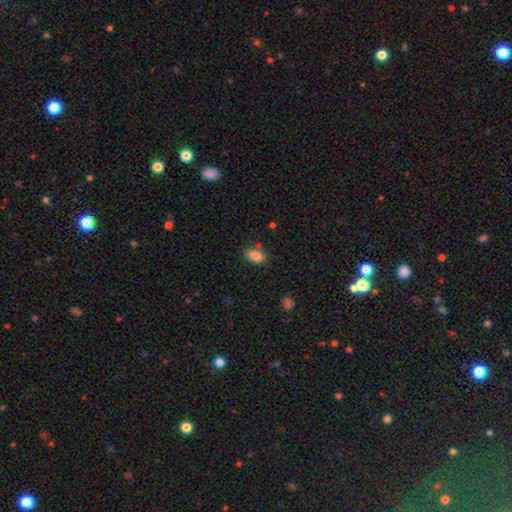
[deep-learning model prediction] A smooth galaxy with no disk features (85%) that is in between round and cigar-shaped (84%).

Vote fractions:
- Smooth or featured? smooth: 85% / star or artifact: 9% / featured or disk: 6%
- How rounded? in between: 84% / round: 14% / cigar-shaped: 2%
- Merging? none: 70% / minor disturbance: 19% / merger: 6% / major disturbance: 4%